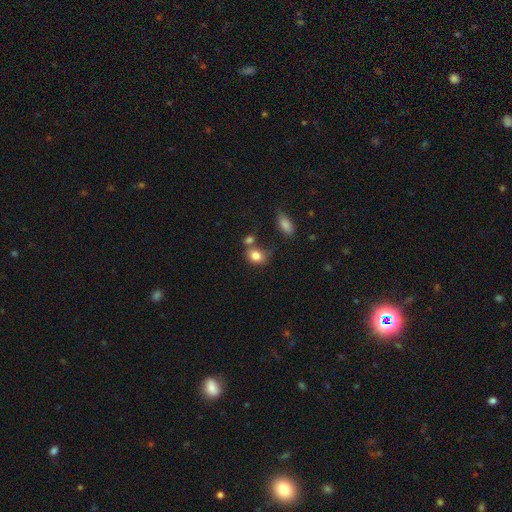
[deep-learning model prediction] smooth_or_featured: smooth (p=0.82) [alt: star or artifact p=0.10]
how_rounded: in between (p=0.53) [alt: round p=0.45]
merging: none (p=0.50) [alt: merger p=0.24]